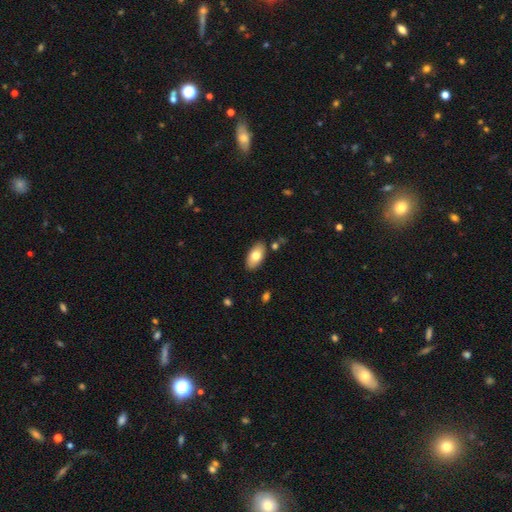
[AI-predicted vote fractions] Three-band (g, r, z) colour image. It shows a smooth galaxy with no disk features (75%) that is in between round and cigar-shaped (93%). Merging: none (86%).